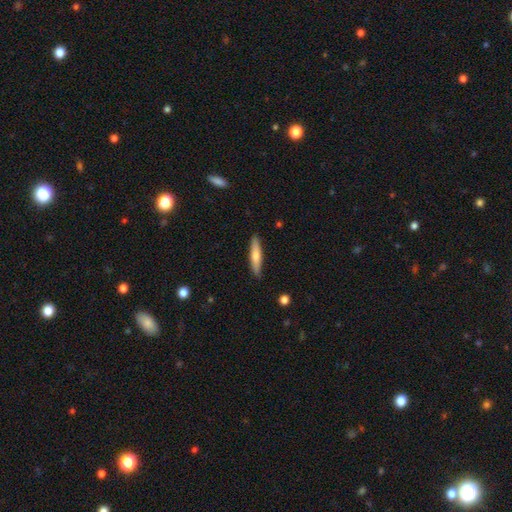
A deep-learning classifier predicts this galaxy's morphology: The model was most divided on "smooth or featured": smooth: 66%, featured or disk: 29%, star or artifact: 6%. More confident: merging — none (88%); how rounded — cigar-shaped (84%).